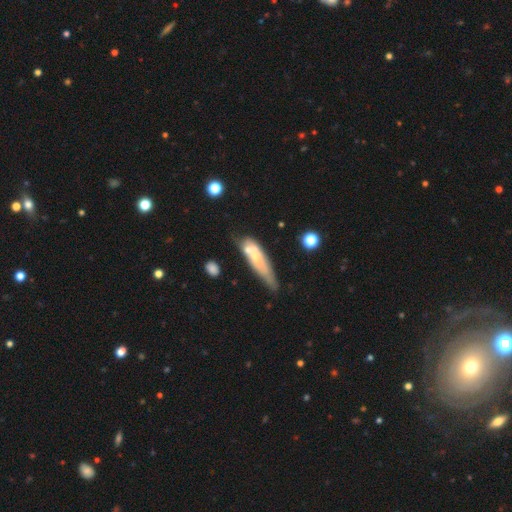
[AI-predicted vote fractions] This appears to be a smooth galaxy with no disk features (49%). Merging: none (36%).